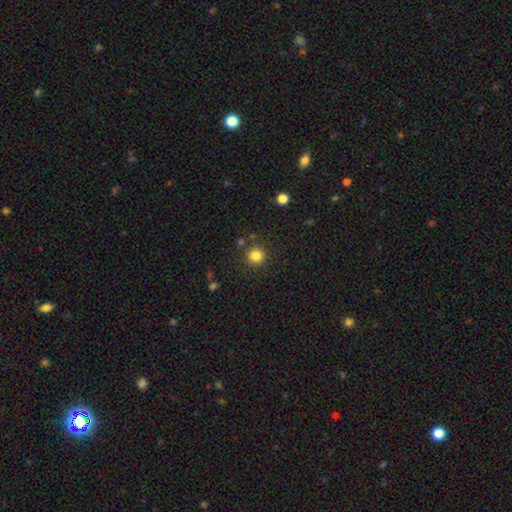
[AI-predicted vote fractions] Overall: smooth (83%). How rounded: round (94%). Merging: none (87%).